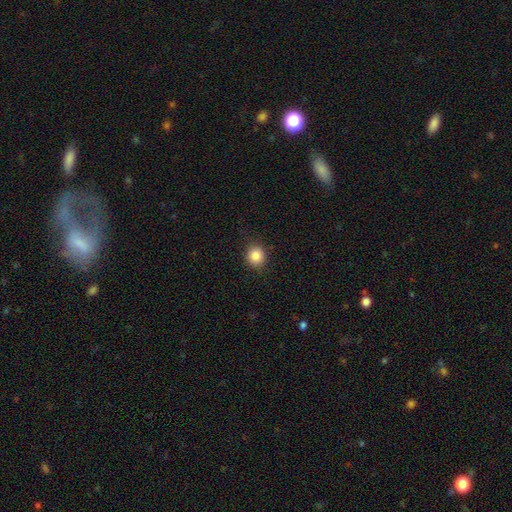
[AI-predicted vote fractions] A smooth galaxy with no disk features (86%) that is round (88%). Merging: none (89%).